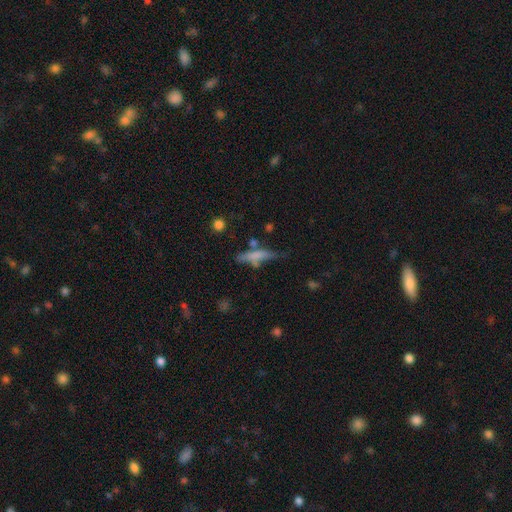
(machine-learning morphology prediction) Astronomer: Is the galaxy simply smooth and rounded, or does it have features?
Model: smooth — 60%.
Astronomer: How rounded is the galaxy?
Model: cigar-shaped — 79%.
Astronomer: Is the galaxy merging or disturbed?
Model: none — 54%.